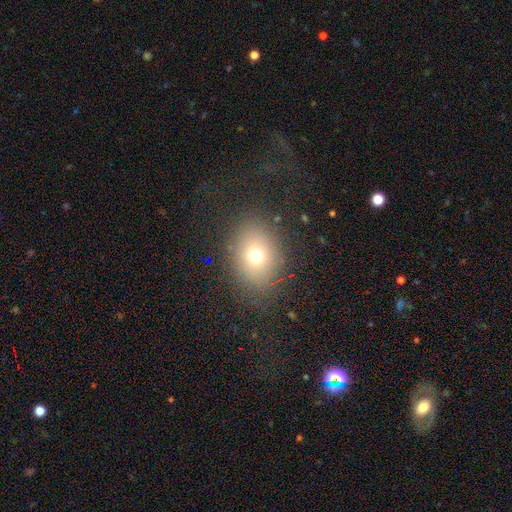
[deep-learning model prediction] Overall: smooth (72%). How rounded: in between (58%; round 41%). Merging: none (83%).